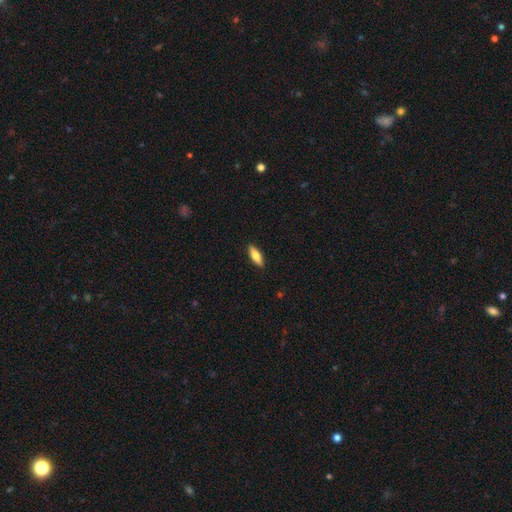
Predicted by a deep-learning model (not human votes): This is likely a smooth galaxy (72%). How rounded: possibly in between (54%). Merging: clearly none (90%).